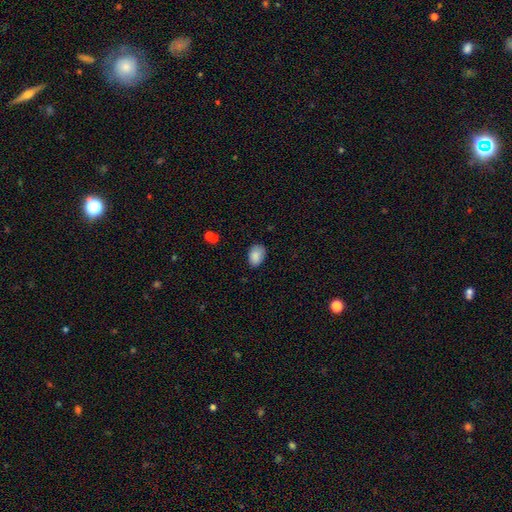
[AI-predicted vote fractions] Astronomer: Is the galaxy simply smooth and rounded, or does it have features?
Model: smooth — 88%.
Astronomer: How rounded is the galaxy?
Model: in between — 84%.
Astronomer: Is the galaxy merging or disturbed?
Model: none — 79%.